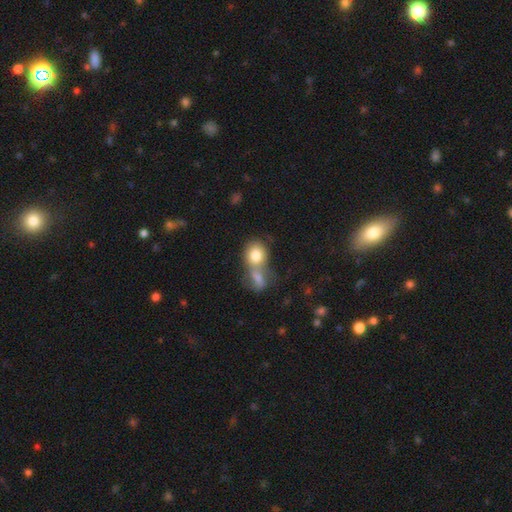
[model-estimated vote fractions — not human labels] Smooth or featured?
  - smooth: 80% *
  - featured or disk: 13%
  - star or artifact: 8%
How rounded?
  - round: 62% *
  - in between: 37%
  - cigar-shaped: 1%
Merging?
  - merger: 65% *
  - none: 23%
  - minor disturbance: 7%
  - major disturbance: 5%